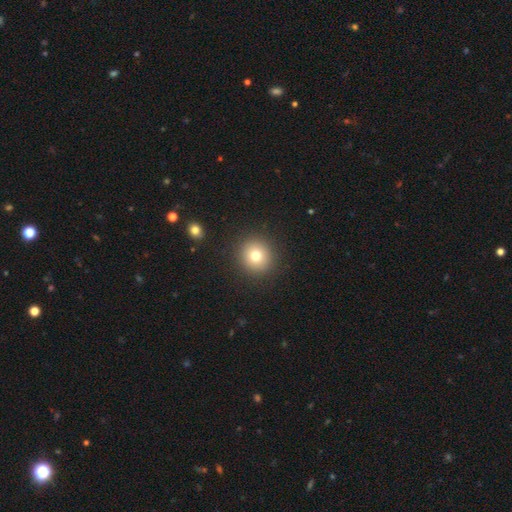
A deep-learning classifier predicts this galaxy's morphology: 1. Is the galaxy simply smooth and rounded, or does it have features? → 76% smooth, 12% star or artifact, 11% featured or disk.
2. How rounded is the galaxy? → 91% round, 8% in between, 1% cigar-shaped.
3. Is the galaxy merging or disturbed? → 91% none, 6% minor disturbance, 2% major disturbance, 1% merger.